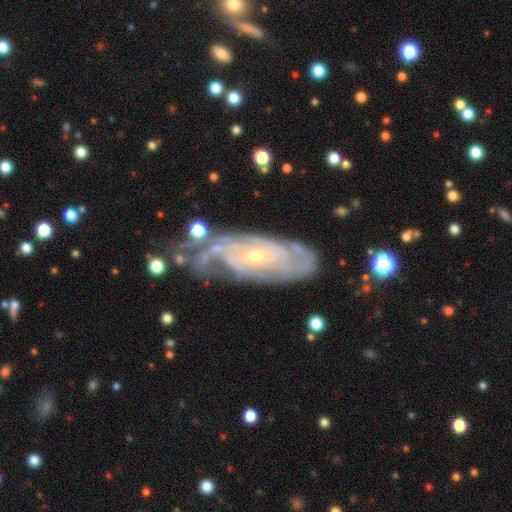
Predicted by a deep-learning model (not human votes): The model was most divided on "spiral arm count": can't tell: 42%, 2: 20%, 3: 15%, 4: 12%, more than 4: 6%, 1: 5%. More confident: spiral arms — yes (95%); edge-on disk — no (91%); smooth or featured — featured or disk (86%); spiral winding — tight (73%); bulge size — small (71%); merging — none (62%); bar — no (61%).